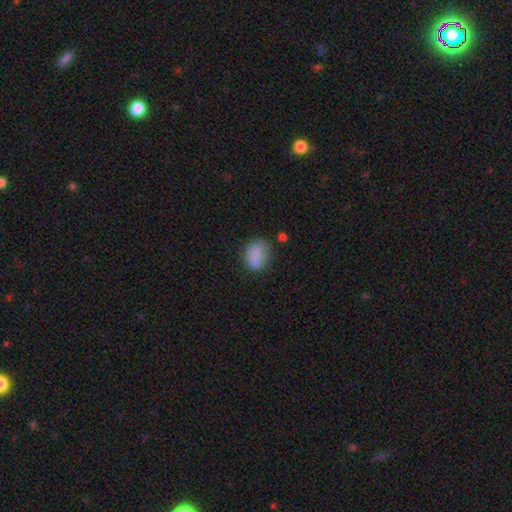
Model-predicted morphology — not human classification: This is clearly a smooth galaxy (82%). How rounded: likely in between (69%). Merging: possibly none (58%).